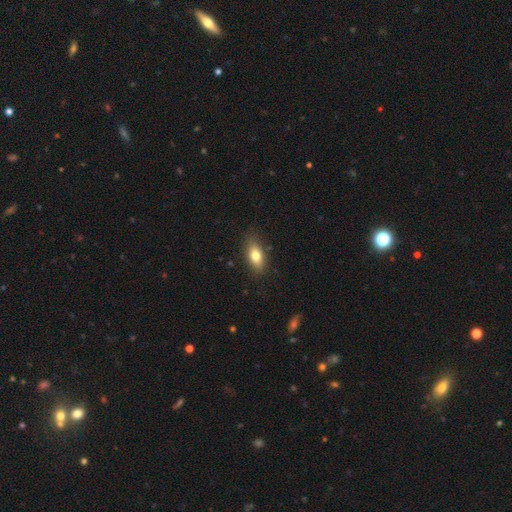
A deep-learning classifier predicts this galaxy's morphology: smooth_or_featured: smooth (p=0.77) [alt: featured or disk p=0.15]
how_rounded: in between (p=0.84) [alt: cigar-shaped p=0.10]
merging: none (p=0.81) [alt: minor disturbance p=0.14]